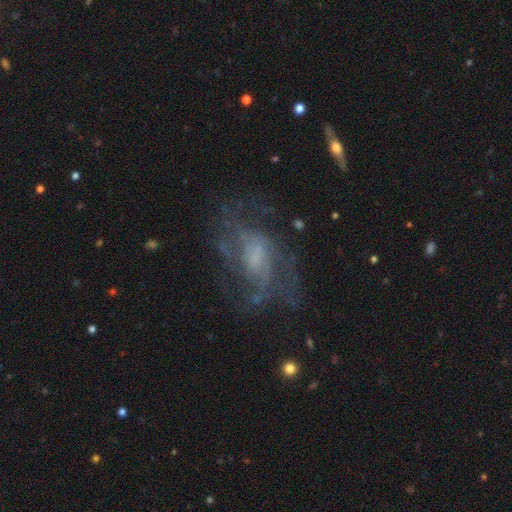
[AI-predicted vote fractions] Morphology: type=featured or disk (75%); edge-on=no (96%); bar=no (56%); spiral arms=yes (78%); winding=medium (44%); arm count=can't tell (42%); bulge=none (33%); merging=none (56%).